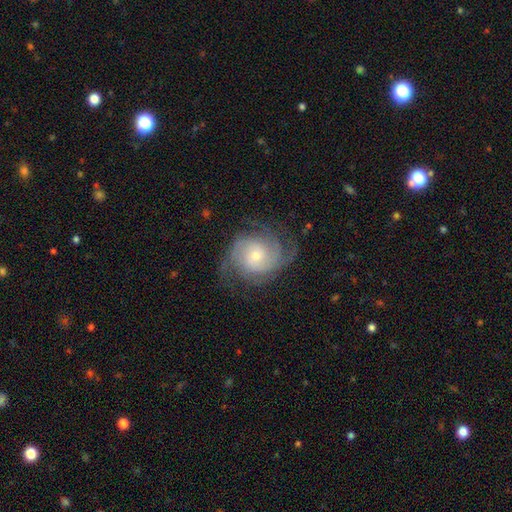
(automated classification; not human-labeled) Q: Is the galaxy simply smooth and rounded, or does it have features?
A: featured or disk — 85%.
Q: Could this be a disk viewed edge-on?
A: no — 98%.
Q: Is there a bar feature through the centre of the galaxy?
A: no — 70%.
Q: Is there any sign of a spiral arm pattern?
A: yes — 96%.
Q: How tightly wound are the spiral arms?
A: tight — 46%.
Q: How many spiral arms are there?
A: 2 — 35%.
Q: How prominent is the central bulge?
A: small — 62%.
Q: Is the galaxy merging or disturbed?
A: none — 71%.